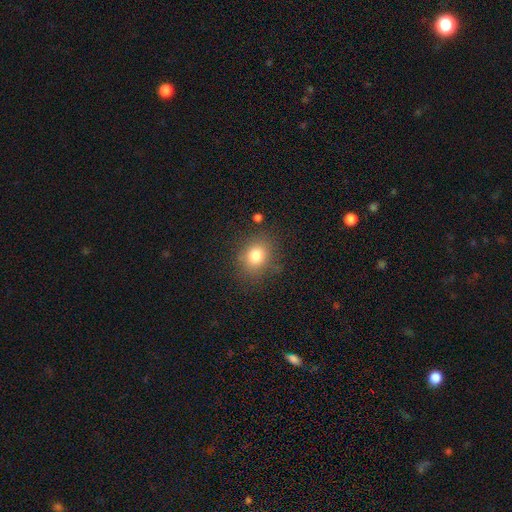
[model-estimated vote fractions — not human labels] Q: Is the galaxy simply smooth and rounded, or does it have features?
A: smooth — 79%.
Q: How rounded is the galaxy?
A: round — 64%.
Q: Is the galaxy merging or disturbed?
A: none — 81%.